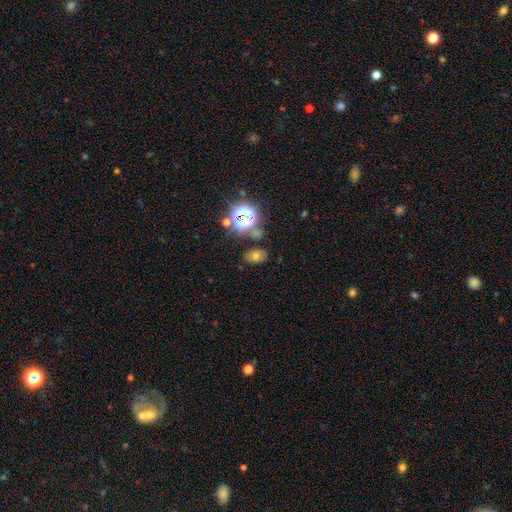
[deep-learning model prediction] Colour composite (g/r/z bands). It shows a smooth galaxy with no disk features (50%). Merging: none (77%).